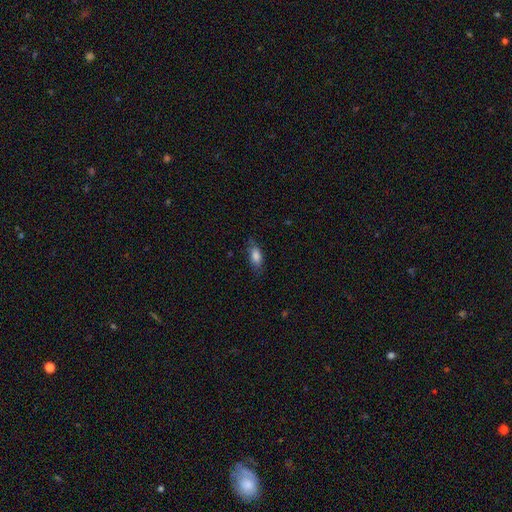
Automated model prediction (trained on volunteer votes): Smooth or featured: smooth — 80% (featured or disk — 12%)
How rounded: in between — 81% (cigar-shaped — 16%)
Merging: none — 72% (minor disturbance — 21%)